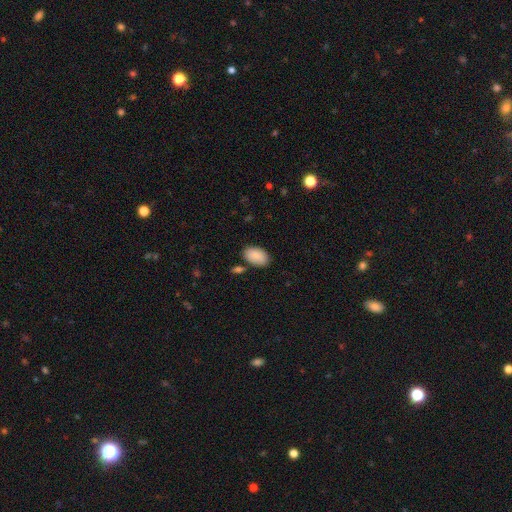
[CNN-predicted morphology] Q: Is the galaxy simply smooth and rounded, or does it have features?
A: smooth — 88%.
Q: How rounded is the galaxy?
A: in between — 95%.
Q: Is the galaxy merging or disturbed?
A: none — 79%.